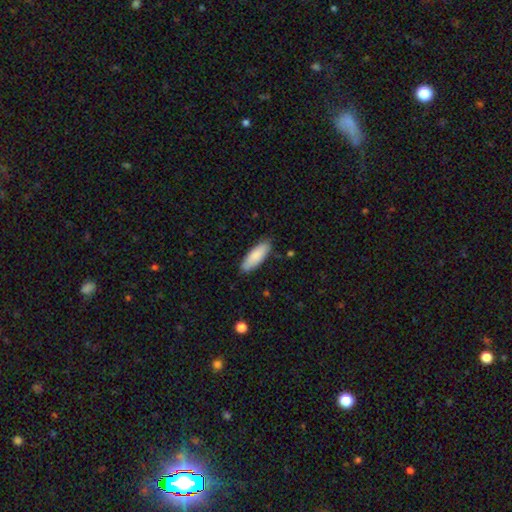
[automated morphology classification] Smooth or featured?
  - smooth: 87% *
  - featured or disk: 8%
  - star or artifact: 5%
How rounded?
  - in between: 62% *
  - cigar-shaped: 37%
  - round: 1%
Merging?
  - none: 85% *
  - minor disturbance: 12%
  - major disturbance: 2%
  - merger: 1%